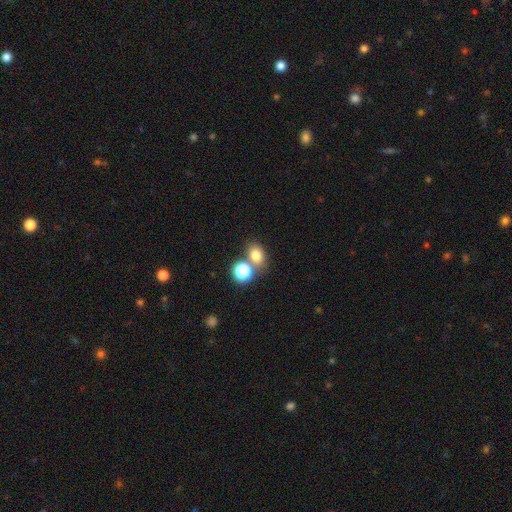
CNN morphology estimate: Q: Smooth or featured?
A: smooth (75%); runner-up: star or artifact (16%)
Q: How rounded?
A: in between (53%); runner-up: round (46%)
Q: Merging?
A: none (61%); runner-up: merger (26%)